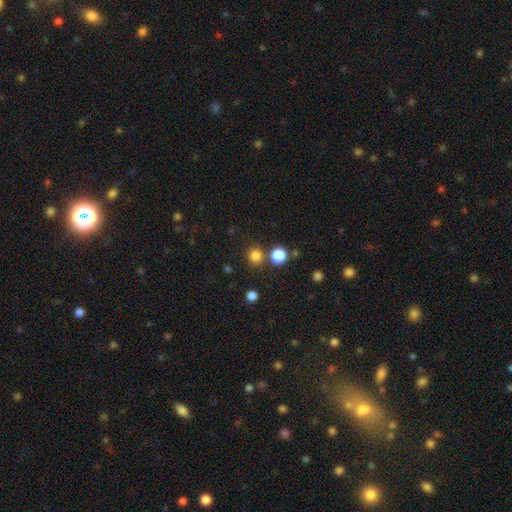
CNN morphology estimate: Overall: smooth (80%). How rounded: round (90%). Merging: none (77%).